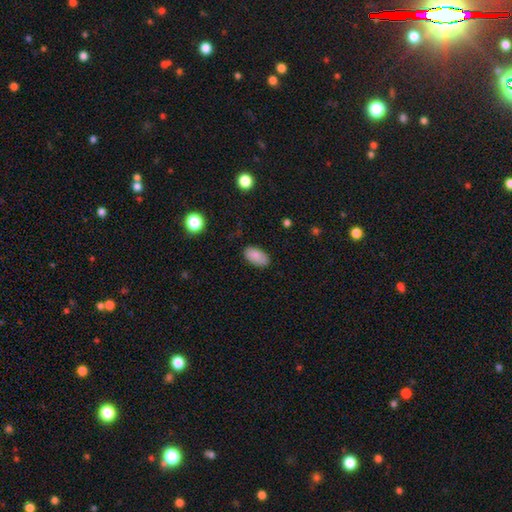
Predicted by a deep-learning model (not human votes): smooth_or_featured: smooth (p=0.86) [alt: star or artifact p=0.08]
how_rounded: in between (p=0.94) [alt: round p=0.04]
merging: none (p=0.81) [alt: minor disturbance p=0.14]